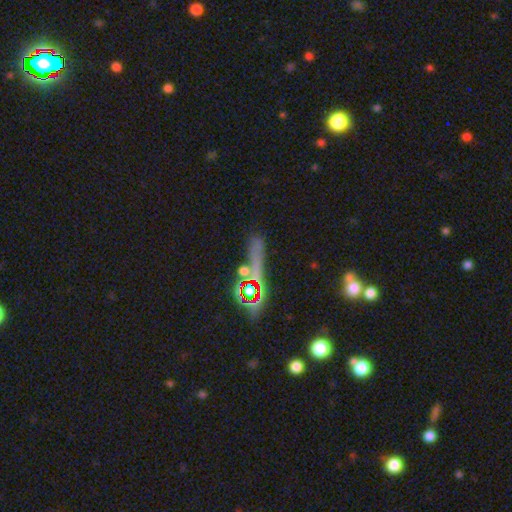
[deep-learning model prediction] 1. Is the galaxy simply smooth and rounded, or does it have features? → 43% star or artifact, 37% smooth, 20% featured or disk.